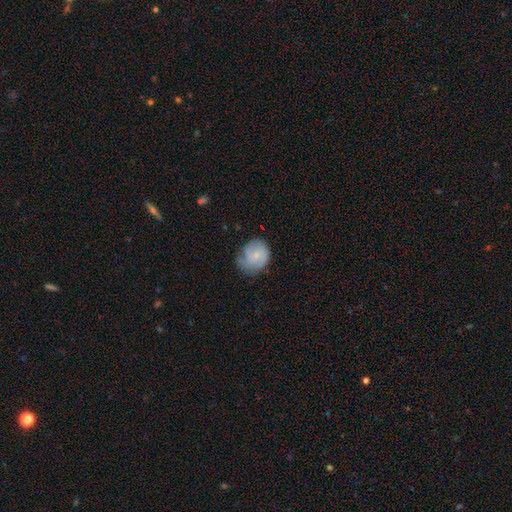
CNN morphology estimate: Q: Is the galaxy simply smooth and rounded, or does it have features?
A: featured or disk — 48%.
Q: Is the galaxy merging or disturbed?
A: none — 54%.